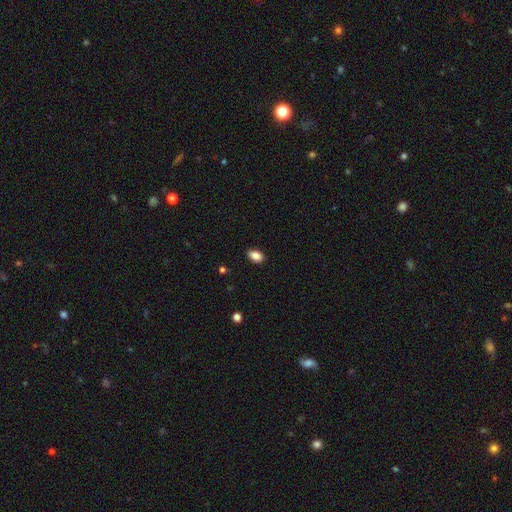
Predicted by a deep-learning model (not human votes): Smooth or featured? smooth (87%)
How rounded? in between (89%)
Merging? none (89%)